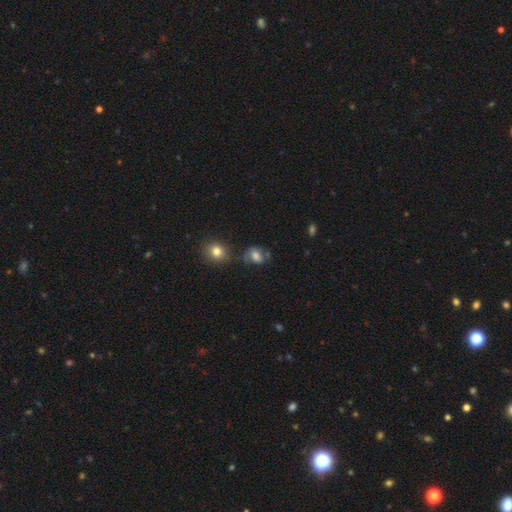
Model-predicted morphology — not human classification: smooth 56%, featured or disk 31%, star or artifact 13%. Down the decision tree: how rounded — in between (61%); merging — none (52%).